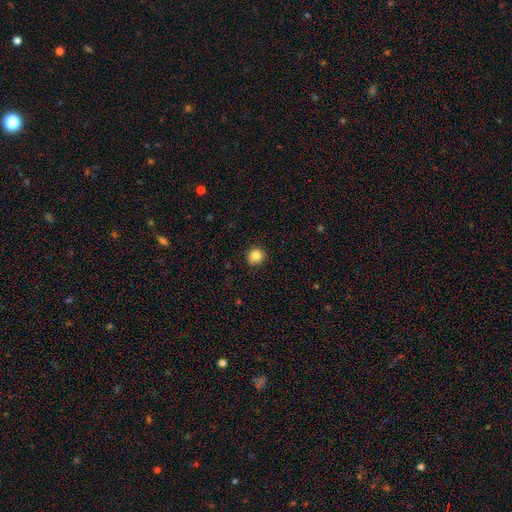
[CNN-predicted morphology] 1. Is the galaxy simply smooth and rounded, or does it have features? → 85% smooth, 10% star or artifact, 5% featured or disk.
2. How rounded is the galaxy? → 94% round, 6% in between, 1% cigar-shaped.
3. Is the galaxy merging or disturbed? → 91% none, 6% minor disturbance, 2% major disturbance, 1% merger.